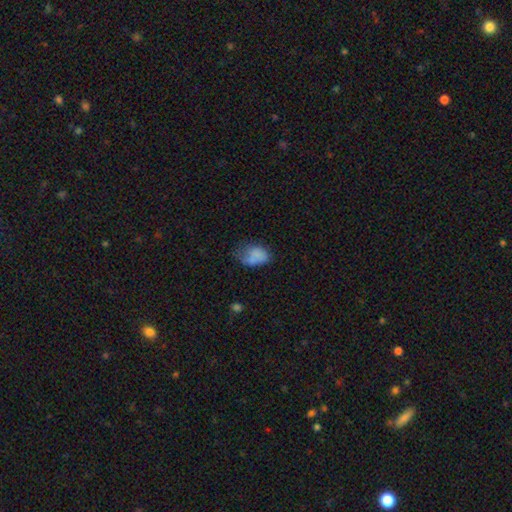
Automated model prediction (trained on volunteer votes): A smooth galaxy with no disk features (72%) that is in between round and cigar-shaped (82%).

Vote fractions:
- Smooth or featured? smooth: 72% / featured or disk: 17% / star or artifact: 11%
- How rounded? in between: 82% / round: 17% / cigar-shaped: 1%
- Merging? none: 35% / minor disturbance: 33% / major disturbance: 25% / merger: 7%